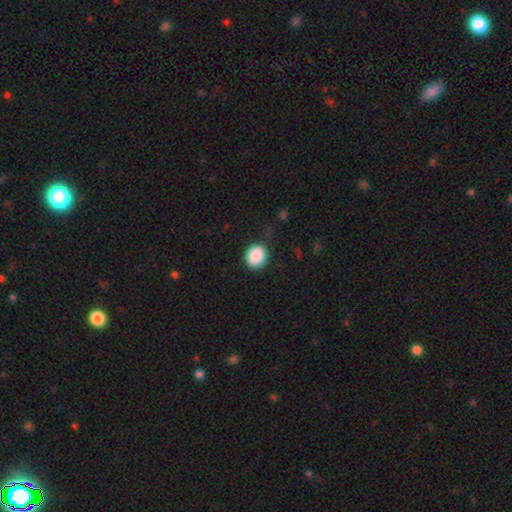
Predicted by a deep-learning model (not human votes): Morphology: type=smooth (88%); roundness=round (75%); merging=none (79%).